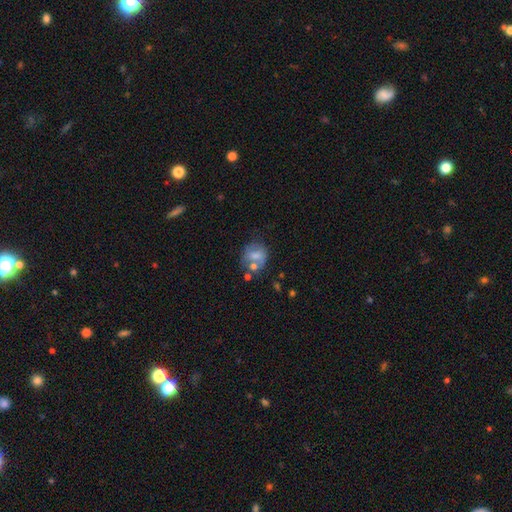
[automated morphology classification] A smooth galaxy with no disk features (61%) that is round (62%). Merging: none (47%).